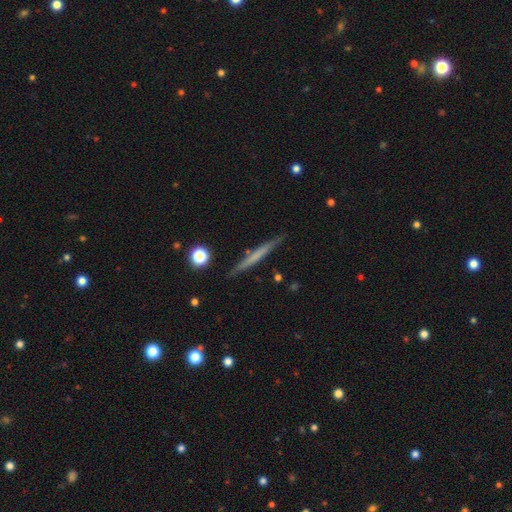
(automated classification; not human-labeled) This appears to be a smooth galaxy with no disk features (49%). Merging: none (88%).